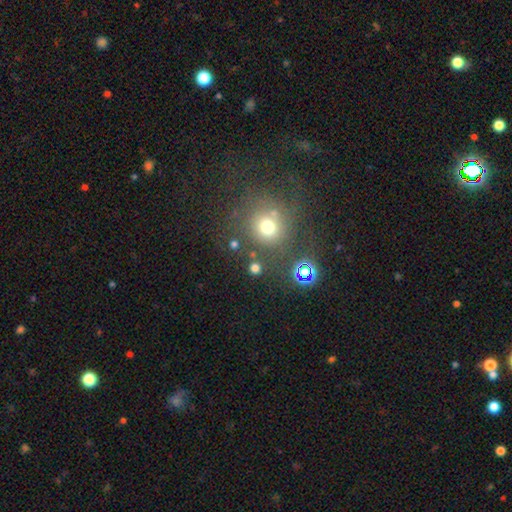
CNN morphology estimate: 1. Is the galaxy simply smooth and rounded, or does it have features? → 48% smooth, 36% star or artifact, 16% featured or disk.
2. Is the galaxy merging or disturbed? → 72% none, 12% minor disturbance, 8% merger, 8% major disturbance.